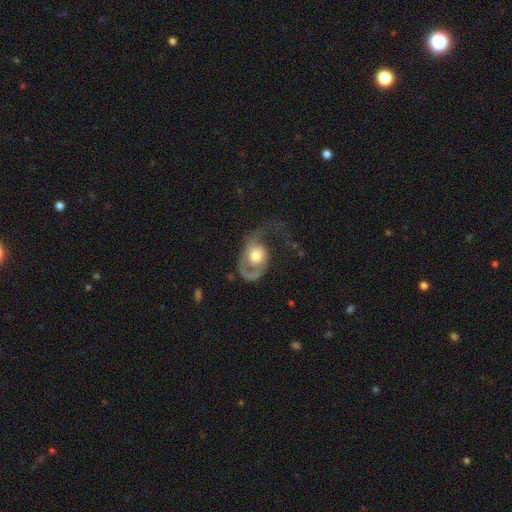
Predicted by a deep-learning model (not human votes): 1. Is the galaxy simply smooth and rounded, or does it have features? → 72% featured or disk, 23% smooth, 5% star or artifact.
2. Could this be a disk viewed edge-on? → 96% no, 4% yes.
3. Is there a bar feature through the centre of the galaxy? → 77% no, 19% weak, 4% strong.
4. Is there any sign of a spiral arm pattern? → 84% yes, 16% no.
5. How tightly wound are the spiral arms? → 47% loose, 34% medium, 19% tight.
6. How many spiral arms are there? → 55% 1, 37% 2, 5% can't tell, 1% 3, 1% 4, 1% more than 4.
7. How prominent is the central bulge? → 60% moderate, 27% large, 9% small, 3% dominant, 2% none.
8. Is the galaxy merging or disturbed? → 52% major disturbance, 27% none, 18% minor disturbance, 3% merger.